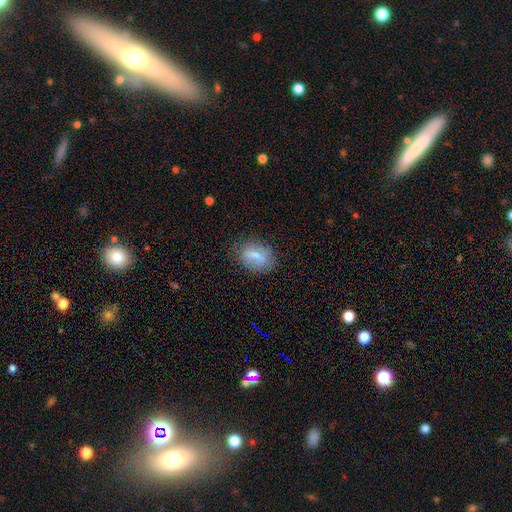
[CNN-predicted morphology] smooth_or_featured: smooth (p=0.65) [alt: featured or disk p=0.27]
how_rounded: in between (p=0.79) [alt: round p=0.19]
merging: none (p=0.70) [alt: minor disturbance p=0.21]